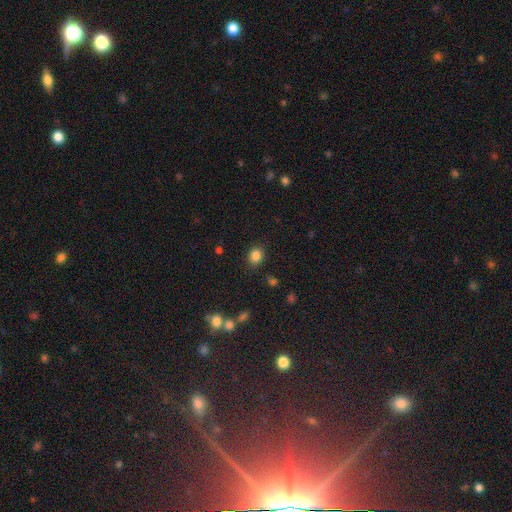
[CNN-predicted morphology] A smooth galaxy with no disk features (83%) that is round (55%).

Vote fractions:
- Smooth or featured? smooth: 83% / star or artifact: 11% / featured or disk: 5%
- How rounded? round: 55% / in between: 44% / cigar-shaped: 1%
- Merging? none: 84% / minor disturbance: 11% / major disturbance: 3% / merger: 2%